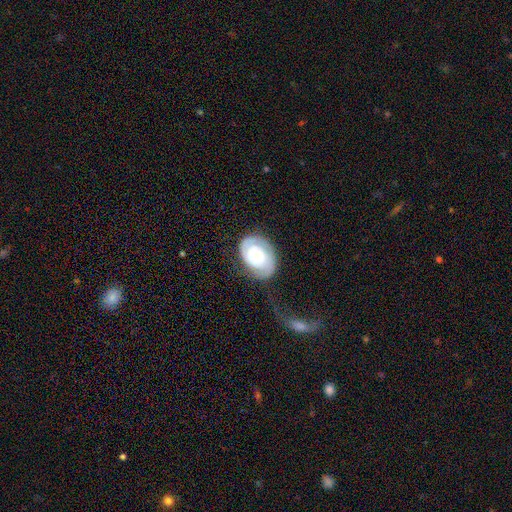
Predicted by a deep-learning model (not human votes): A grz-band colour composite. It shows a featured or disk galaxy (73%) with no bar (69%), 2 (62%) tight (66%) spiral arms (91%) and a moderate central bulge (49%). Merging: none (57%).